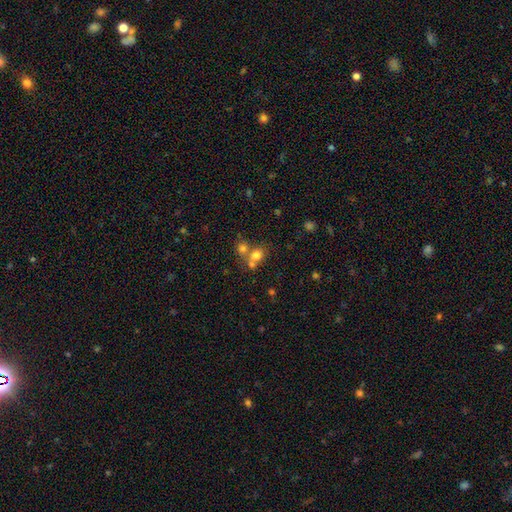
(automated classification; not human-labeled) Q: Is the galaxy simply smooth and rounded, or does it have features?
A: smooth — 72%.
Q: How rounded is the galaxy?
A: round — 69%.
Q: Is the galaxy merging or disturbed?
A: merger — 51%.